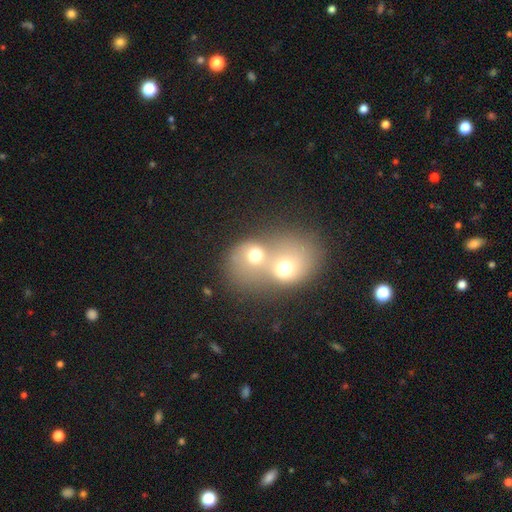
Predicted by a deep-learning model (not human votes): Smooth or featured: smooth — 56% (featured or disk — 28%)
How rounded: round — 60% (in between — 39%)
Merging: merger — 82% (none — 12%)